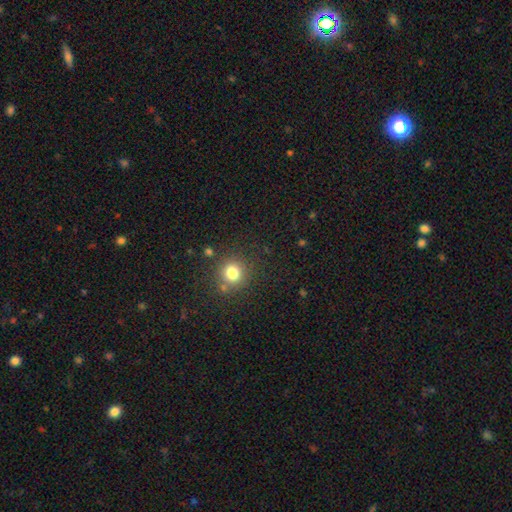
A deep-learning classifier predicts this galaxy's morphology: Smooth or featured?
  - smooth: 62% *
  - star or artifact: 32%
  - featured or disk: 6%
How rounded?
  - round: 93% *
  - in between: 6%
  - cigar-shaped: 1%
Merging?
  - none: 89% *
  - minor disturbance: 6%
  - merger: 3%
  - major disturbance: 2%